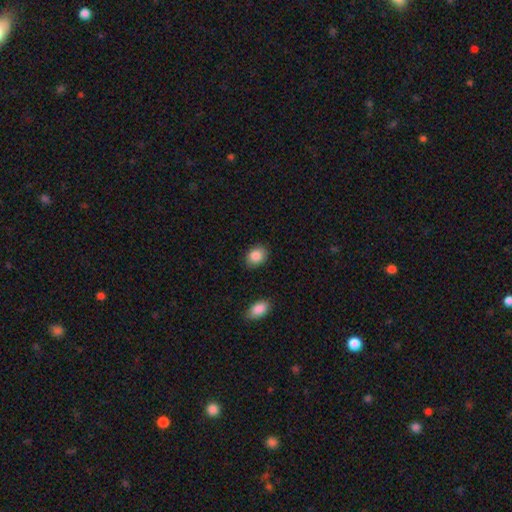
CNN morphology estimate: This is clearly a smooth galaxy (87%). How rounded: likely in between (63%). Merging: clearly none (86%).